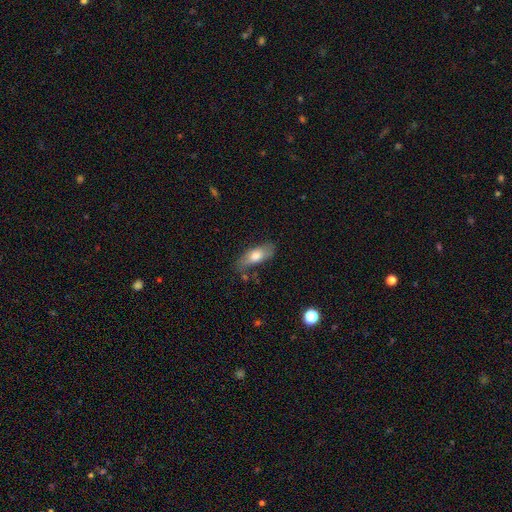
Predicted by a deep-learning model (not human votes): smooth 70%, featured or disk 24%, star or artifact 7%. Down the decision tree: how rounded — in between (75%); merging — none (69%).